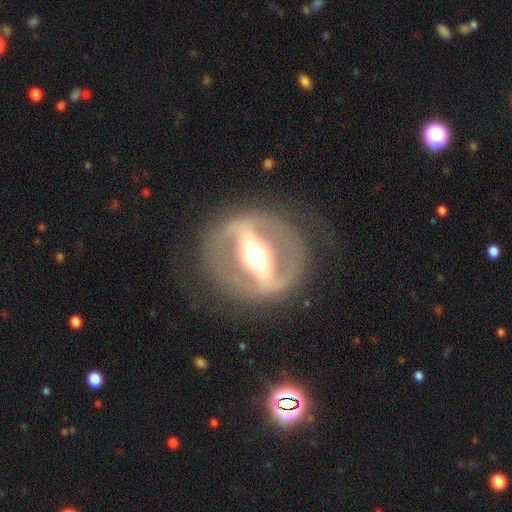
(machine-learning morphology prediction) This is clearly a featured or disk galaxy (84%). It is likely not viewed edge-on (77%). Bar: clearly strong (86%). Spiral arm pattern: likely no (64%). Central bulge: possibly moderate (58%). Merging: likely none (79%).